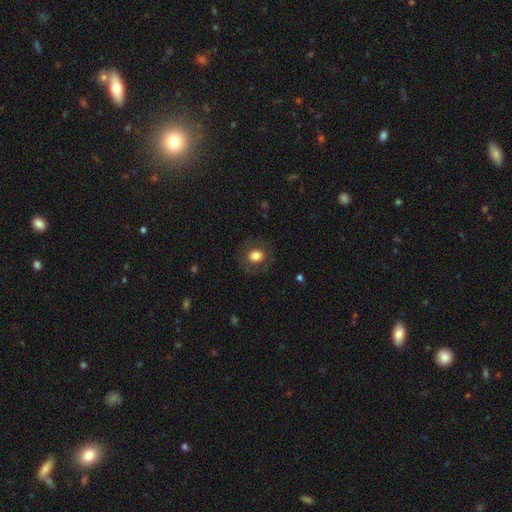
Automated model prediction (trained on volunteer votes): The model was most divided on "how rounded": round: 74%, in between: 26%, cigar-shaped: 1%. More confident: merging — none (82%); smooth or featured — smooth (75%).